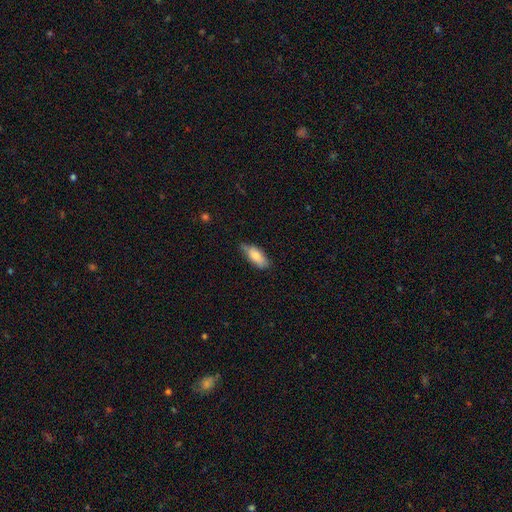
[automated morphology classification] smooth-or-featured: smooth: 79% | featured or disk: 14% | star or artifact: 6%
  how-rounded: in between: 78% | cigar-shaped: 20% | round: 2%
  merging: none: 65% | minor disturbance: 29% | major disturbance: 4% | merger: 2%